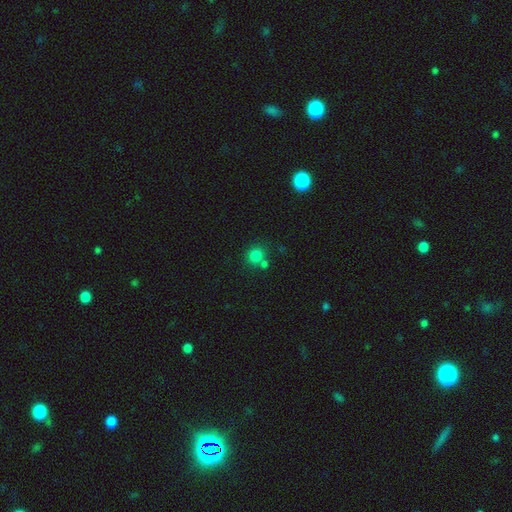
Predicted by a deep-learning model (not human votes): smooth-or-featured: smooth: 81% | star or artifact: 14% | featured or disk: 6%
  how-rounded: round: 86% | in between: 13% | cigar-shaped: 1%
  merging: none: 64% | merger: 23% | minor disturbance: 9% | major disturbance: 4%